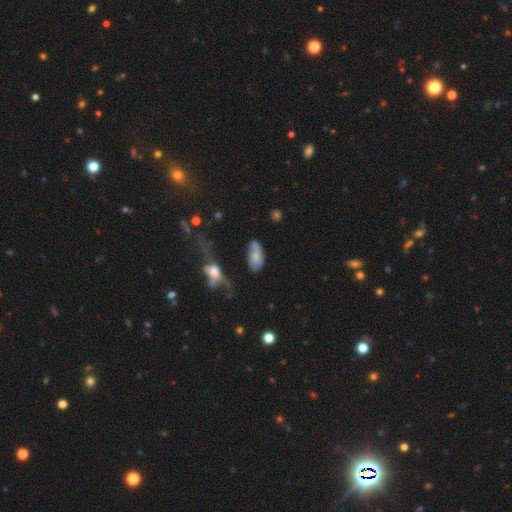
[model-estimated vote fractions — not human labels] This is likely a smooth galaxy (65%). How rounded: clearly in between (90%). Merging: possibly none (46%).